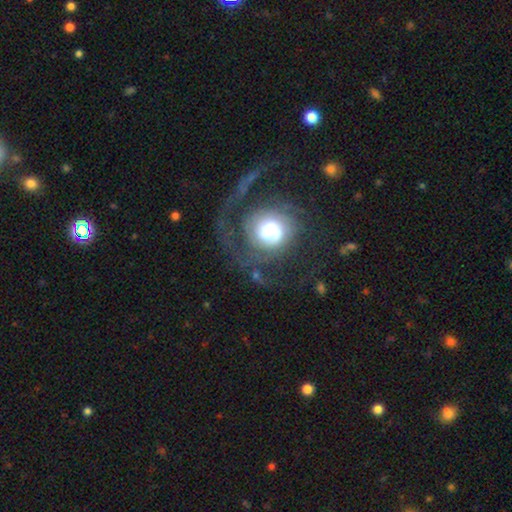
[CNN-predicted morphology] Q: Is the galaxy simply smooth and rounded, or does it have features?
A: featured or disk — 59%.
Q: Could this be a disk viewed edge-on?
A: no — 97%.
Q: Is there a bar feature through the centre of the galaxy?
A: no — 80%.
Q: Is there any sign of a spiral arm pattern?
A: yes — 72%.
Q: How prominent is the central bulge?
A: large — 41%.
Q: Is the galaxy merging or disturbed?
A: none — 55%.